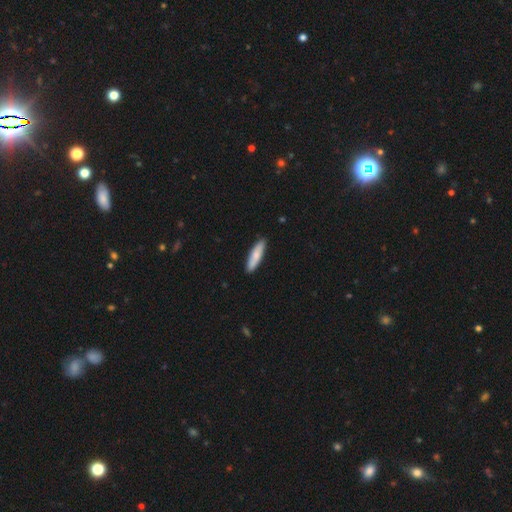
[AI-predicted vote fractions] A smooth galaxy with no disk features (79%) that is cigar-shaped (73%).

Vote fractions:
- Smooth or featured? smooth: 79% / featured or disk: 16% / star or artifact: 5%
- How rounded? cigar-shaped: 73% / in between: 25% / round: 2%
- Merging? none: 89% / minor disturbance: 8% / major disturbance: 1% / merger: 1%